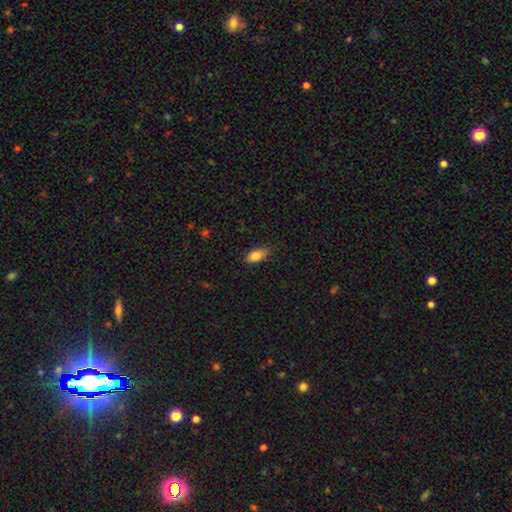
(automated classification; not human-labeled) This is clearly a smooth galaxy (83%). How rounded: clearly in between (88%). Merging: likely none (77%).